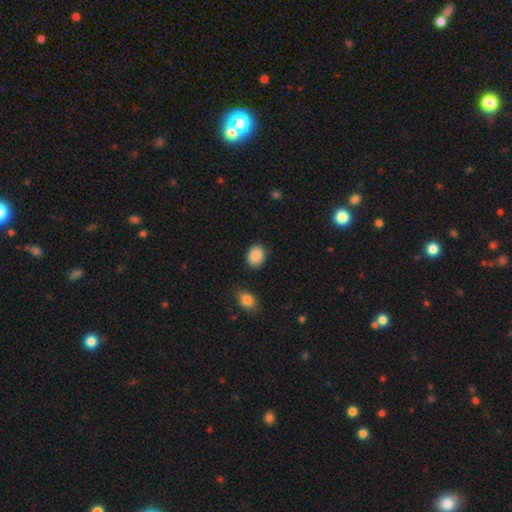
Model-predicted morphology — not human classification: Q: Smooth or featured?
A: smooth (89%); runner-up: star or artifact (7%)
Q: How rounded?
A: in between (58%); runner-up: round (41%)
Q: Merging?
A: none (84%); runner-up: minor disturbance (11%)